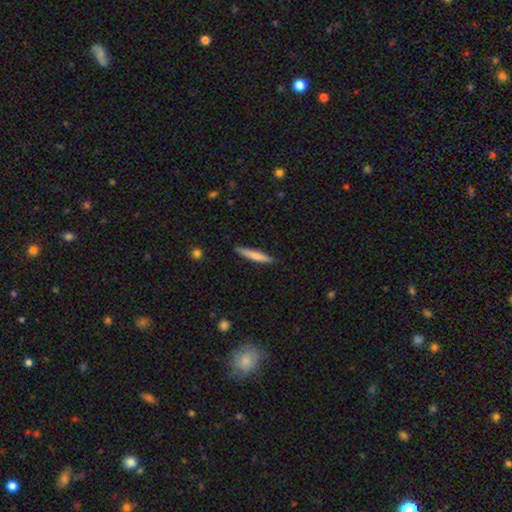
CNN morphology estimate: Smooth or featured?
  - smooth: 71% *
  - featured or disk: 24%
  - star or artifact: 6%
How rounded?
  - cigar-shaped: 94% *
  - in between: 5%
  - round: 1%
Merging?
  - none: 87% *
  - minor disturbance: 10%
  - major disturbance: 2%
  - merger: 1%